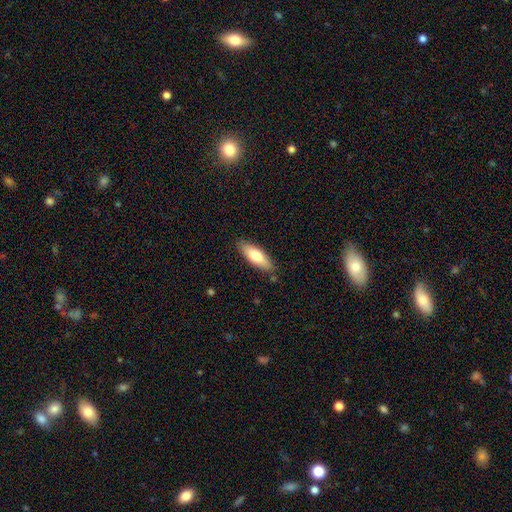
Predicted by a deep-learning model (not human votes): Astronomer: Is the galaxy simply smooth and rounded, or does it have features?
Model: smooth — 72%.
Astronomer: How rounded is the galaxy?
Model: in between — 58% (runner-up: cigar-shaped, 40%).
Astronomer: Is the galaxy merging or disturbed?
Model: none — 85%.